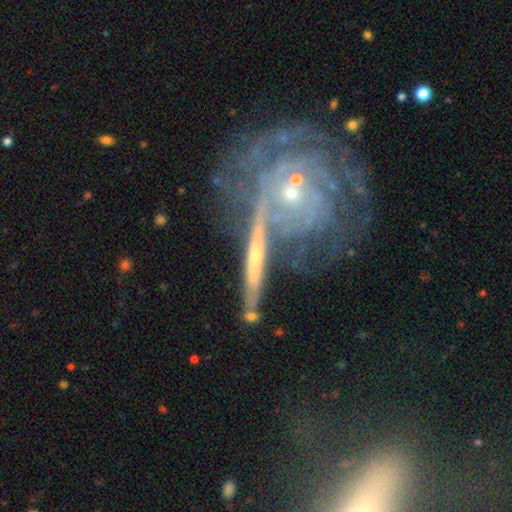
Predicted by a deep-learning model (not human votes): Q: Smooth or featured?
A: featured or disk (74%); runner-up: smooth (19%)
Q: Edge-on disk?
A: yes (58%); runner-up: no (42%)
Q: Merging?
A: none (52%); runner-up: merger (22%)